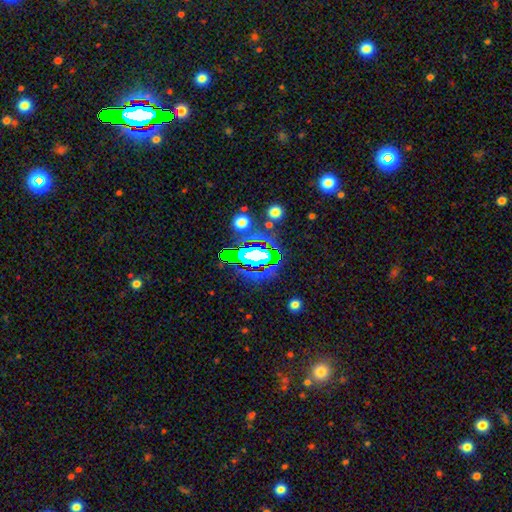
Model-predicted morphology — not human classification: smooth-or-featured: star or artifact: 58% | smooth: 24% | featured or disk: 19%